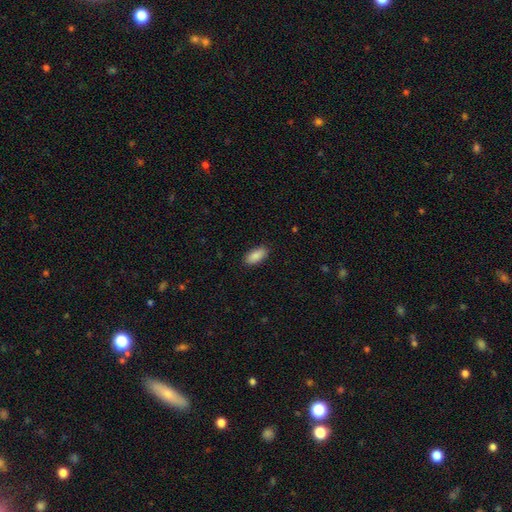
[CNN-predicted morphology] The model was most divided on "merging": none: 89%, minor disturbance: 8%, major disturbance: 2%, merger: 1%. More confident: how rounded — in between (90%); smooth or featured — smooth (88%).